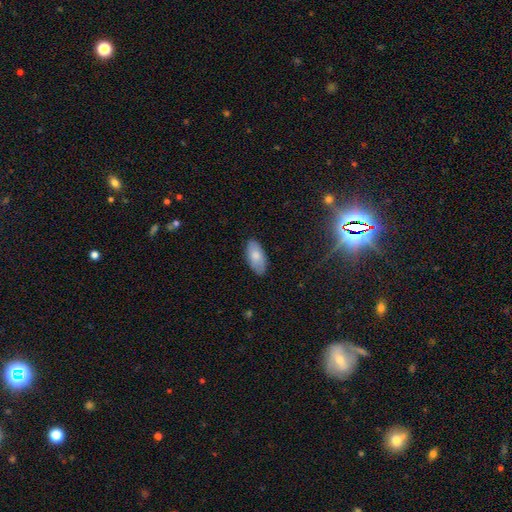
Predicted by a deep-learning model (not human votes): The model was most divided on "smooth or featured": smooth: 80%, featured or disk: 13%, star or artifact: 6%. More confident: how rounded — in between (93%); merging — none (85%).